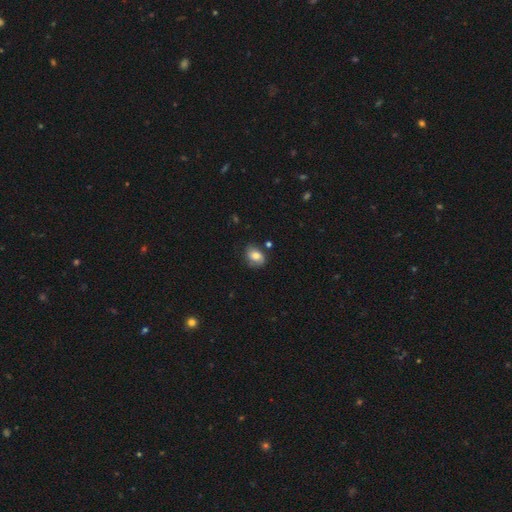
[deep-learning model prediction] Smooth or featured? Predicted: smooth (p=0.72). How rounded? Predicted: in between (p=0.67). Merging? Predicted: none (p=0.71).